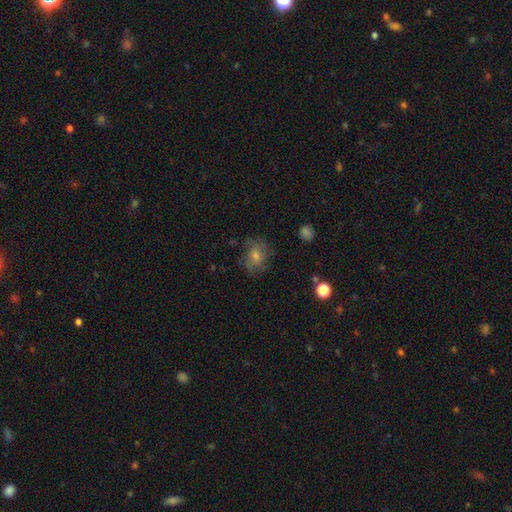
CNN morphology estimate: Smooth or featured? Predicted: smooth (p=0.49). Merging? Predicted: none (p=0.71).